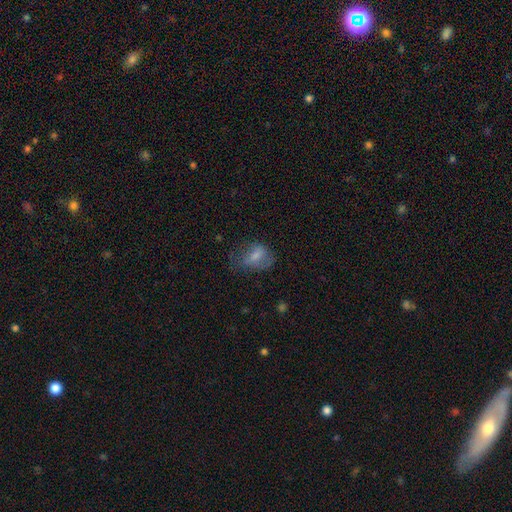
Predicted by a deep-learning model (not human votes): Overall: smooth (64%; featured or disk 26%). How rounded: in between (74%). Merging: none (42%; major disturbance 28%).